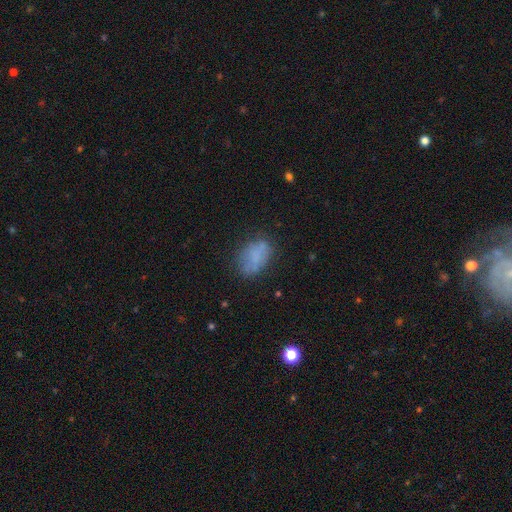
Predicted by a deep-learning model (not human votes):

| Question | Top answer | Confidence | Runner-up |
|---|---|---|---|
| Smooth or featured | smooth | 70% | featured or disk (19%) |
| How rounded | in between | 86% | round (11%) |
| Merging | none | 63% | minor disturbance (23%) |